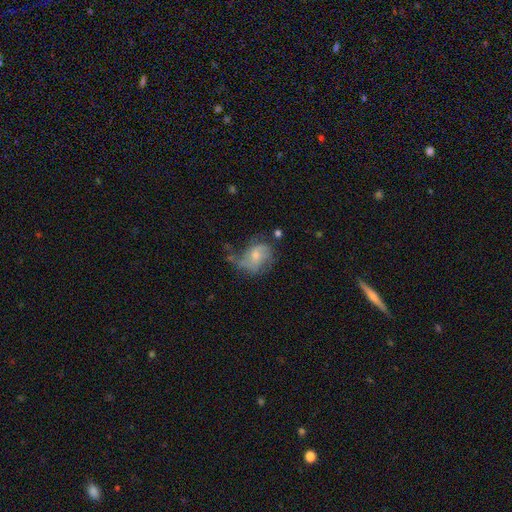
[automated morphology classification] Smooth or featured? Predicted: featured or disk (p=0.52). Edge-on disk? Predicted: no (p=0.97). Bar? Predicted: no (p=0.69). Spiral arms? Predicted: yes (p=0.67). Bulge size? Predicted: small (p=0.49). Merging? Predicted: none (p=0.37).